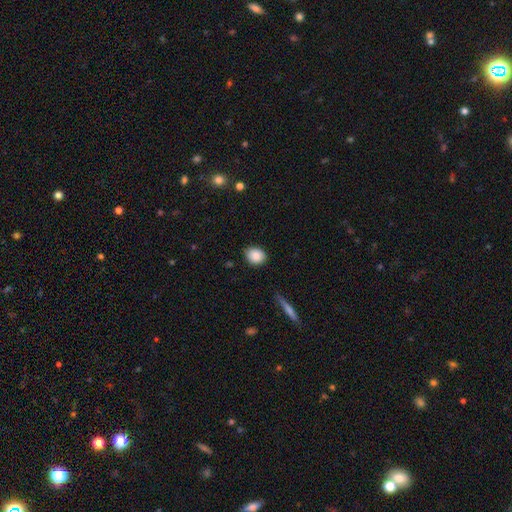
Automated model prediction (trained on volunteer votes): smooth 86%, star or artifact 8%, featured or disk 6%. Down the decision tree: how rounded — round (58%); merging — none (84%).